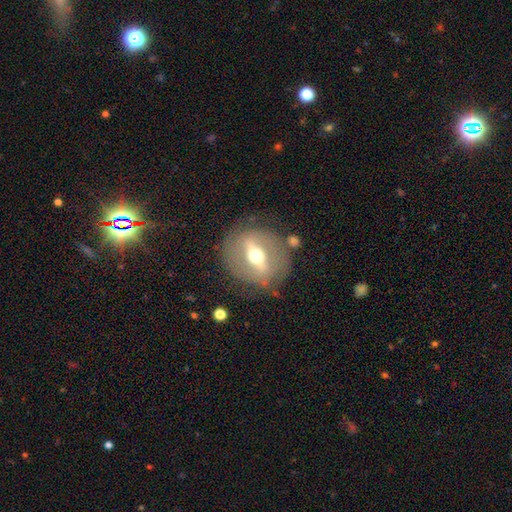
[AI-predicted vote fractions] A featured or disk galaxy (72%) with a strong bar (71%), no spiral arms (77%) and a moderate central bulge (73%).

Vote fractions:
- Smooth or featured? featured or disk: 72% / smooth: 21% / star or artifact: 6%
- Edge-on disk? no: 74% / yes: 26%
- Bar? strong: 71% / weak: 20% / no: 9%
- Spiral arms? no: 77% / yes: 23%
- Bulge size? moderate: 73% / large: 16% / small: 8% / dominant: 1% / none: 1%
- Merging? none: 78% / minor disturbance: 13% / major disturbance: 7% / merger: 3%